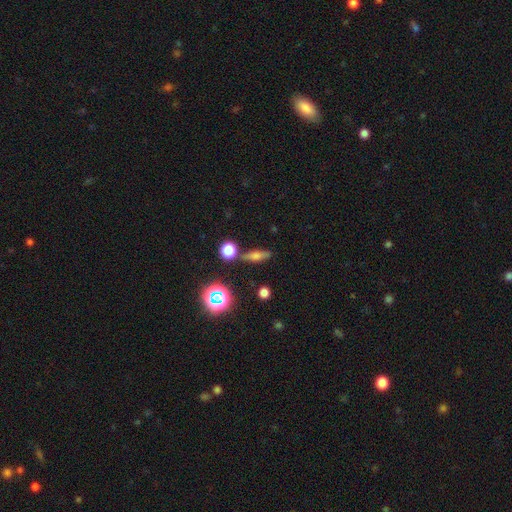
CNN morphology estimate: Smooth or featured? Predicted: smooth (p=0.52). How rounded? Predicted: cigar-shaped (p=0.51). Merging? Predicted: none (p=0.78).